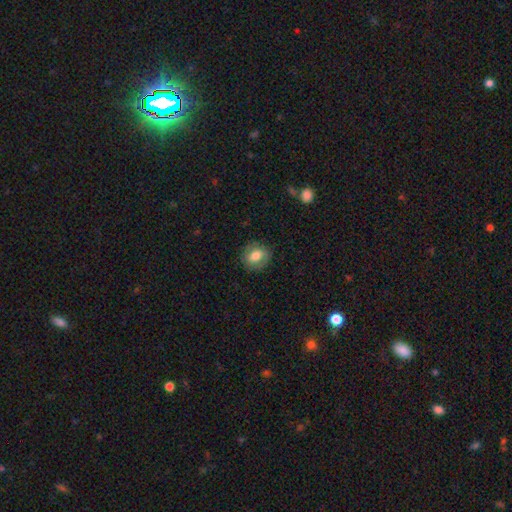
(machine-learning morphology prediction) Smooth or featured: smooth — 74% (featured or disk — 18%)
How rounded: round — 54% (in between — 45%)
Merging: none — 83% (minor disturbance — 12%)